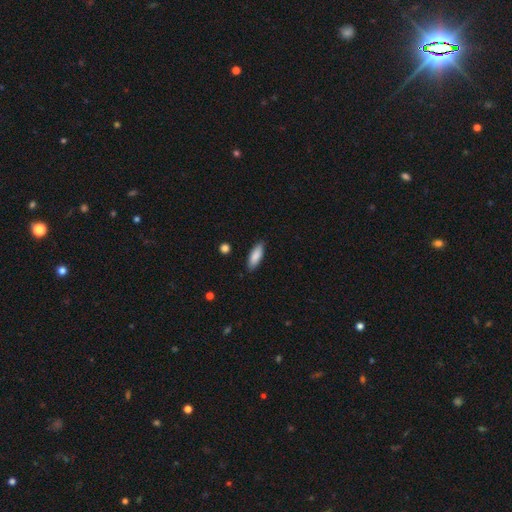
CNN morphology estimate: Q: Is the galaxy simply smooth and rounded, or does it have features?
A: smooth — 87%.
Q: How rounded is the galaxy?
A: in between — 62%.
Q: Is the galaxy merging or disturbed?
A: none — 86%.